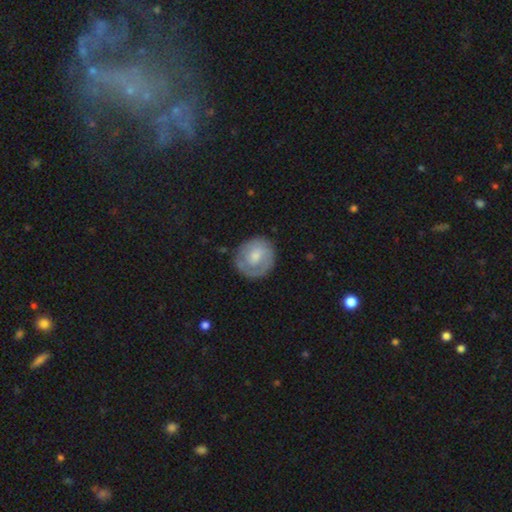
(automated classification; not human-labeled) Smooth or featured: smooth — 52% (featured or disk — 42%)
How rounded: round — 86% (in between — 13%)
Merging: none — 75% (minor disturbance — 17%)